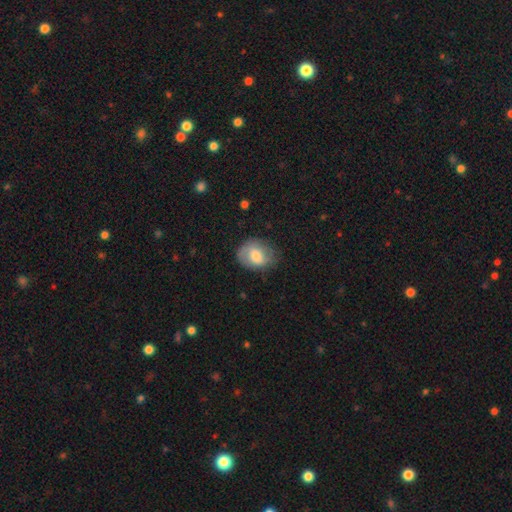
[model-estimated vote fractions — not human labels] Smooth or featured? Predicted: smooth (p=0.60). How rounded? Predicted: in between (p=0.54). Merging? Predicted: none (p=0.73).